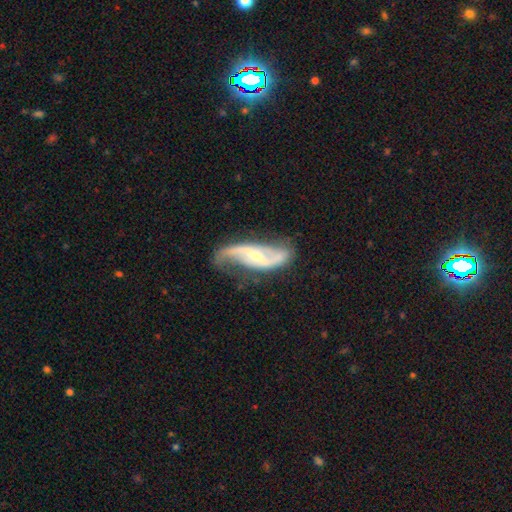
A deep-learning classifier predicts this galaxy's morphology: type=featured or disk (88%); edge-on=no (93%); bar=weak (40%); spiral arms=yes (95%); winding=loose (64%); arm count=2 (90%); bulge=small (54%); merging=none (62%).